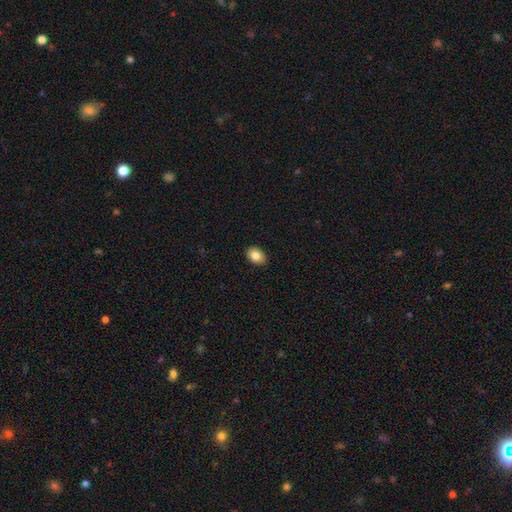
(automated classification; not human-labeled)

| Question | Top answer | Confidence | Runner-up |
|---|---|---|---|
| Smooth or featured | smooth | 83% | featured or disk (9%) |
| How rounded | in between | 79% | round (20%) |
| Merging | none | 88% | minor disturbance (9%) |